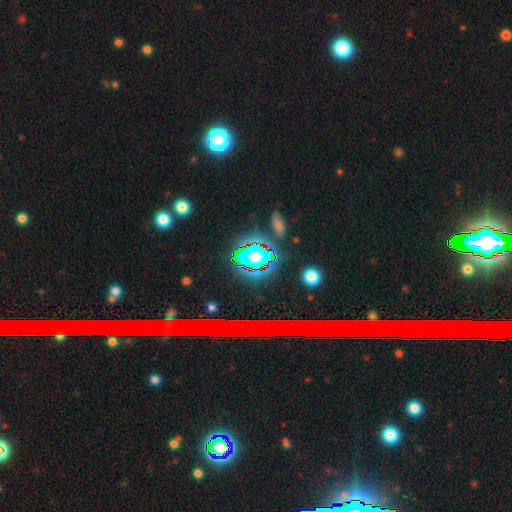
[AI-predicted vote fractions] Smooth or featured? star or artifact (73%)